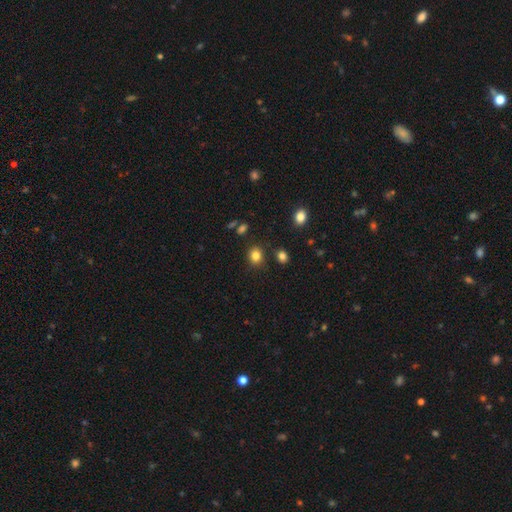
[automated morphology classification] smooth_or_featured: smooth (p=0.83) [alt: star or artifact p=0.12]
how_rounded: round (p=0.72) [alt: in between p=0.27]
merging: none (p=0.83) [alt: minor disturbance p=0.10]